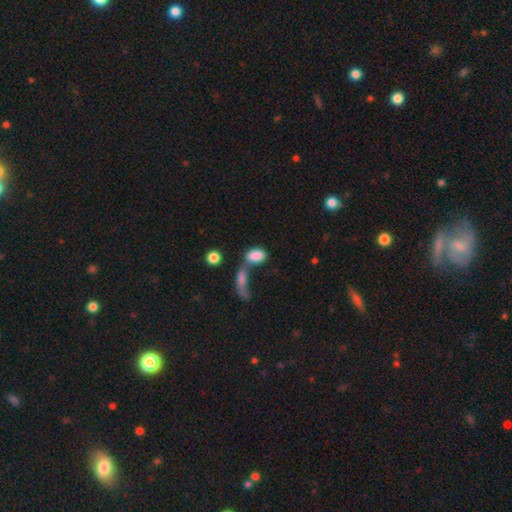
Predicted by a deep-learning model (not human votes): Smooth or featured? smooth (82%)
How rounded? in between (88%)
Merging? merger (51%)